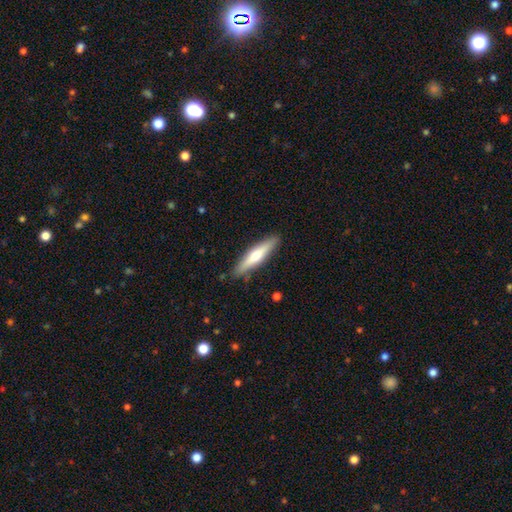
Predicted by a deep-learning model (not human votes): Smooth or featured? Predicted: smooth (p=0.51). How rounded? Predicted: cigar-shaped (p=0.84). Merging? Predicted: none (p=0.88).